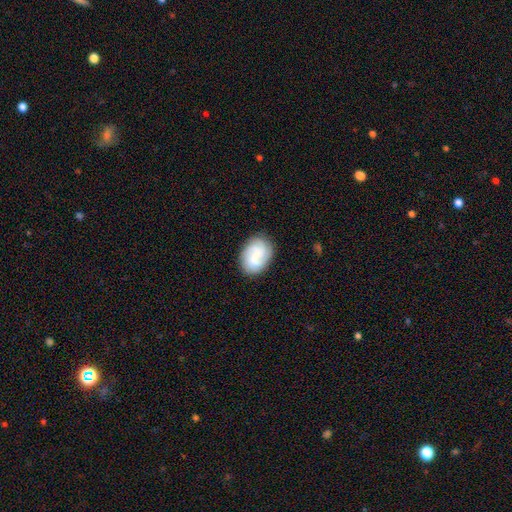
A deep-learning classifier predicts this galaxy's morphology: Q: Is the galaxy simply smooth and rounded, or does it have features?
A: smooth — 47%.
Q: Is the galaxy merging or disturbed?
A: none — 81%.